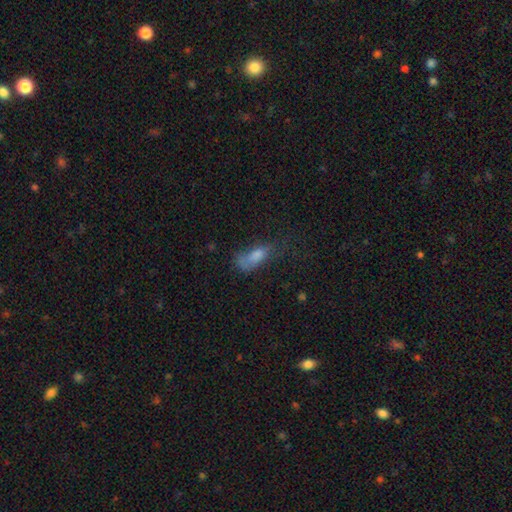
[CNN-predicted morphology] smooth 66%, featured or disk 21%, star or artifact 13%. Down the decision tree: how rounded — in between (67%); merging — major disturbance (34%).